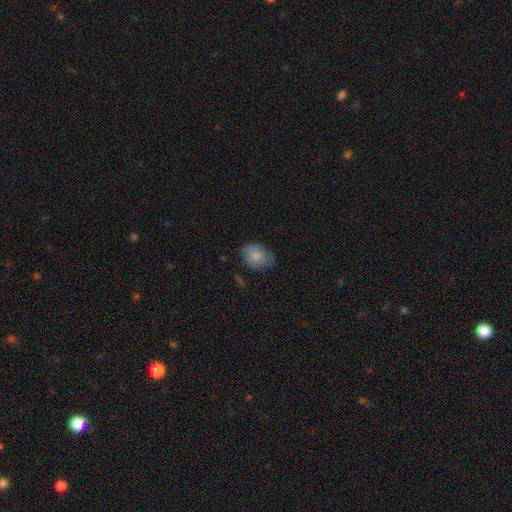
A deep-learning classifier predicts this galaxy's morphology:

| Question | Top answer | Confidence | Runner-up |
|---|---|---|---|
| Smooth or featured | smooth | 82% | featured or disk (10%) |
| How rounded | in between | 64% | round (35%) |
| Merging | none | 67% | minor disturbance (25%) |